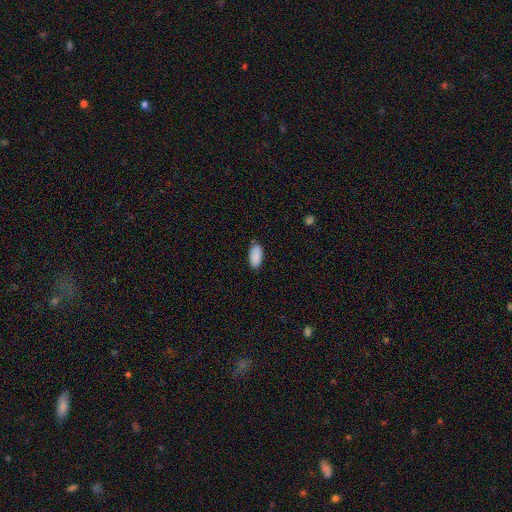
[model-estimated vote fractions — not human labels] This appears to be a smooth galaxy with no disk features (90%) that is in between round and cigar-shaped (93%). Merging: none (84%).